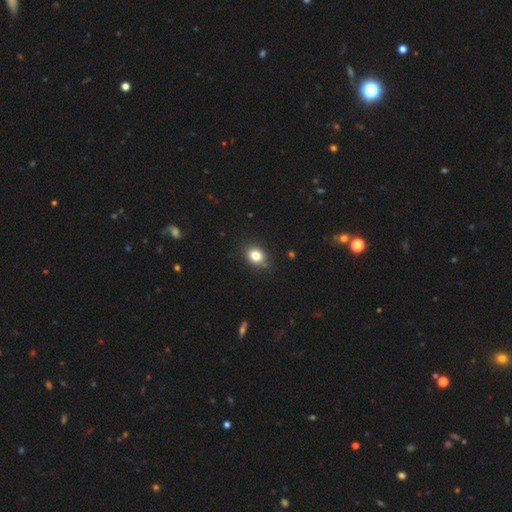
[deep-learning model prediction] smooth 82%, star or artifact 11%, featured or disk 7%. Down the decision tree: how rounded — in between (54%); merging — none (82%).